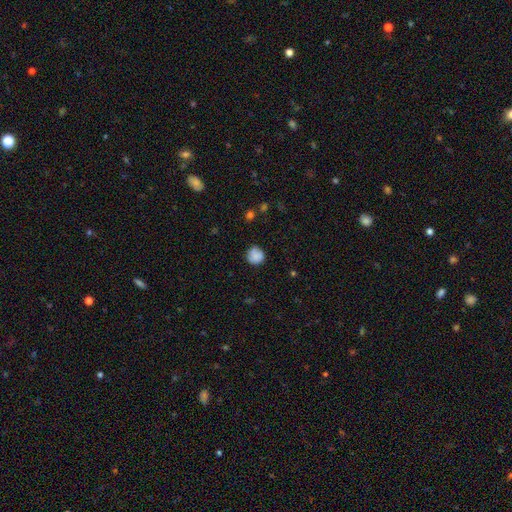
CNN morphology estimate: This appears to be a smooth galaxy with no disk features (84%) that is round (89%). Merging: none (77%).